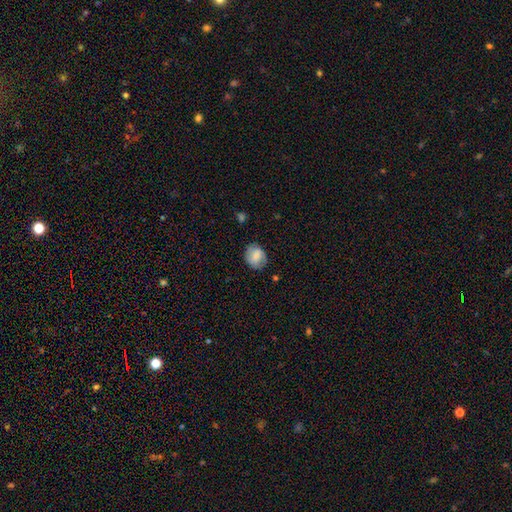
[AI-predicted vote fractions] Smooth or featured? Predicted: smooth (p=0.73). How rounded? Predicted: round (p=0.54). Merging? Predicted: none (p=0.76).